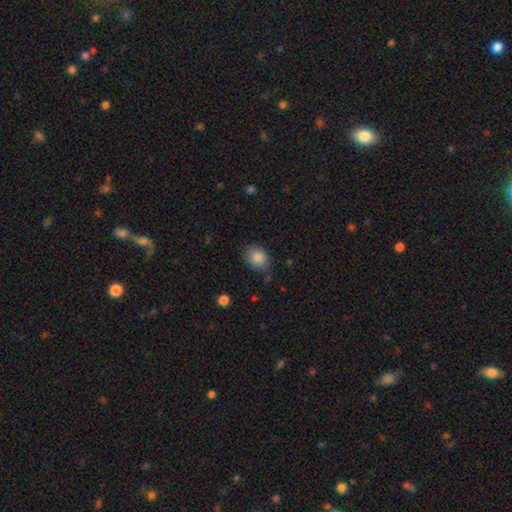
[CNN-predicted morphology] smooth-or-featured: smooth: 86% | star or artifact: 8% | featured or disk: 6%
  how-rounded: in between: 56% | round: 43% | cigar-shaped: 1%
  merging: none: 68% | minor disturbance: 24% | major disturbance: 5% | merger: 2%